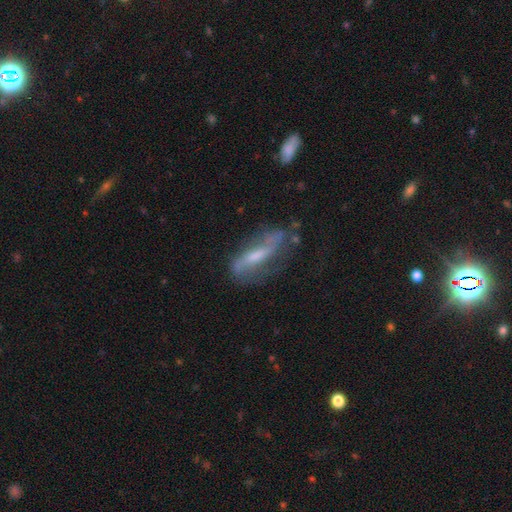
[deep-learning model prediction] smooth-or-featured: featured or disk: 68% | smooth: 24% | star or artifact: 9%
  disk-edge-on: no: 78% | yes: 22%
    bar: weak: 40% | strong: 31% | no: 29%
    has-spiral-arms: yes: 80% | no: 20%
    bulge-size: moderate: 40% | small: 39% | none: 13% | large: 6% | dominant: 1%
  merging: none: 54% | minor disturbance: 25% | major disturbance: 17% | merger: 4%